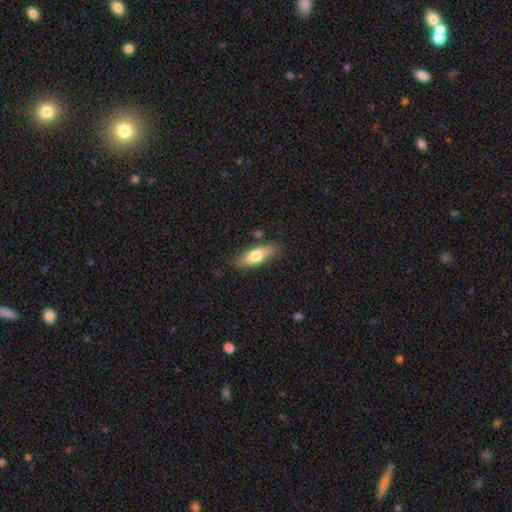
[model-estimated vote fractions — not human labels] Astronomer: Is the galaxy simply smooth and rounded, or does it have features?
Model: smooth — 69%.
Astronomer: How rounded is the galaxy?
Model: in between — 50% (runner-up: cigar-shaped, 48%).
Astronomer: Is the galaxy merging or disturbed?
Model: none — 79%.